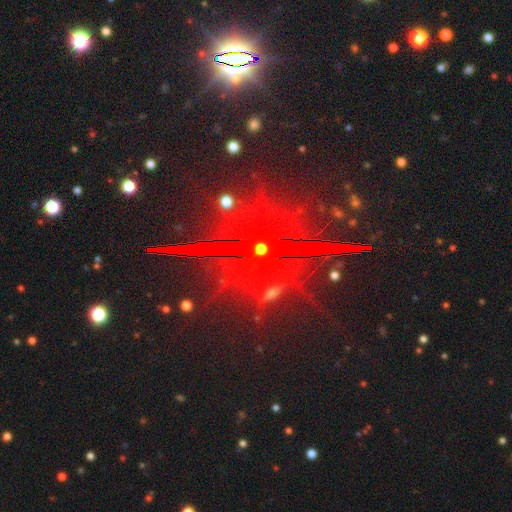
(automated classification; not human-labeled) Morphology: type=star or artifact (55%).